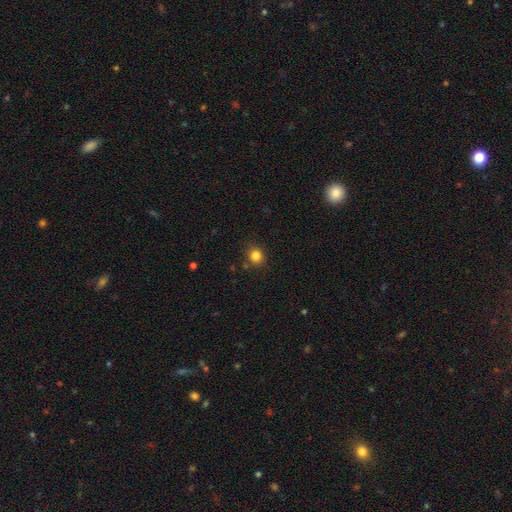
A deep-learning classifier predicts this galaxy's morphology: Q: Smooth or featured?
A: smooth (83%); runner-up: star or artifact (12%)
Q: How rounded?
A: round (84%); runner-up: in between (15%)
Q: Merging?
A: none (86%); runner-up: minor disturbance (9%)